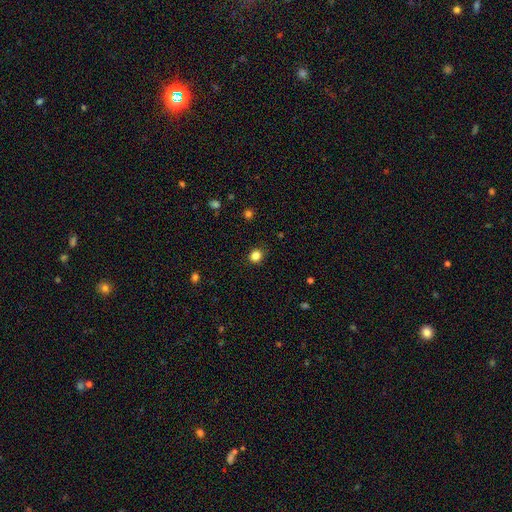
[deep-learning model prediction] A smooth galaxy with no disk features (84%) that is round (77%).

Vote fractions:
- Smooth or featured? smooth: 84% / star or artifact: 12% / featured or disk: 4%
- How rounded? round: 77% / in between: 22% / cigar-shaped: 1%
- Merging? none: 88% / minor disturbance: 8% / major disturbance: 2% / merger: 1%